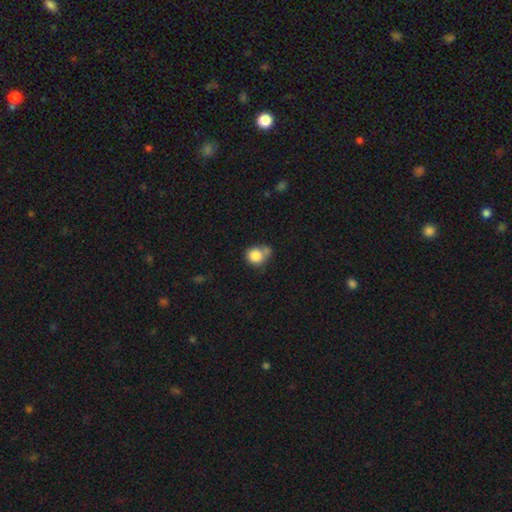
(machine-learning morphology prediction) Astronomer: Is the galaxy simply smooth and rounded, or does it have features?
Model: smooth — 83%.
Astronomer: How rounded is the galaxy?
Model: round — 81%.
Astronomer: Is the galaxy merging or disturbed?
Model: none — 46% (runner-up: merger, 24%).